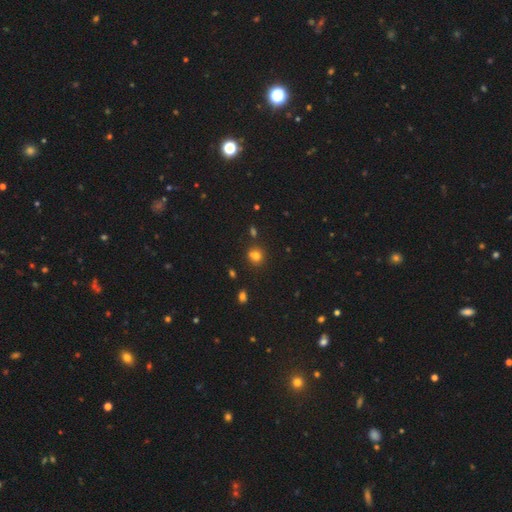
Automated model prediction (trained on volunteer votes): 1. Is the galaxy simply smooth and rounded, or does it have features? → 74% smooth, 17% star or artifact, 8% featured or disk.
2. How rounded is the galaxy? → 80% round, 19% in between, 1% cigar-shaped.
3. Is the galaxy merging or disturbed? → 70% none, 14% merger, 13% minor disturbance, 3% major disturbance.